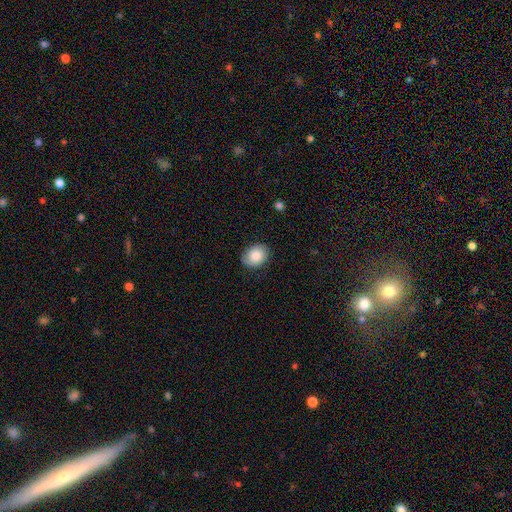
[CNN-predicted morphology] The model was most divided on "how rounded": in between: 59%, round: 40%, cigar-shaped: 1%. More confident: smooth or featured — smooth (81%); merging — none (81%).